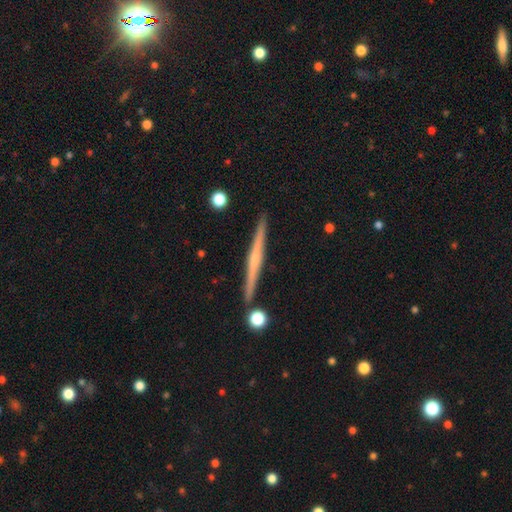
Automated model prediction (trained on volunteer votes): Smooth or featured: featured or disk — 67% (smooth — 27%)
Edge-on disk: yes — 98% (no — 2%)
Edge-on bulge: none — 51% (rounded — 40%)
Merging: none — 90% (minor disturbance — 6%)